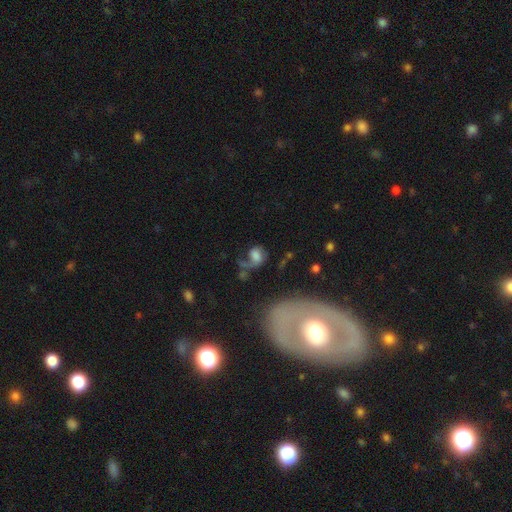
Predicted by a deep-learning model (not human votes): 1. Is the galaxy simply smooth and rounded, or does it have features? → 49% smooth, 39% featured or disk, 12% star or artifact.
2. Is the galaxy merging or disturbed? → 35% major disturbance, 33% none, 18% minor disturbance, 14% merger.